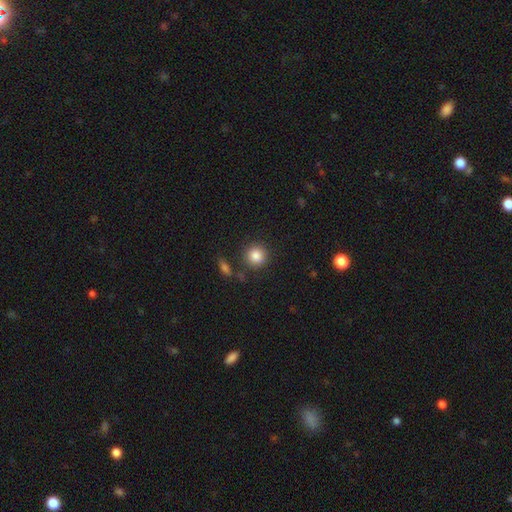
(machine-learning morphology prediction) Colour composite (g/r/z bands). It shows a smooth galaxy with no disk features (85%) that is round (90%). Merging: none (82%).